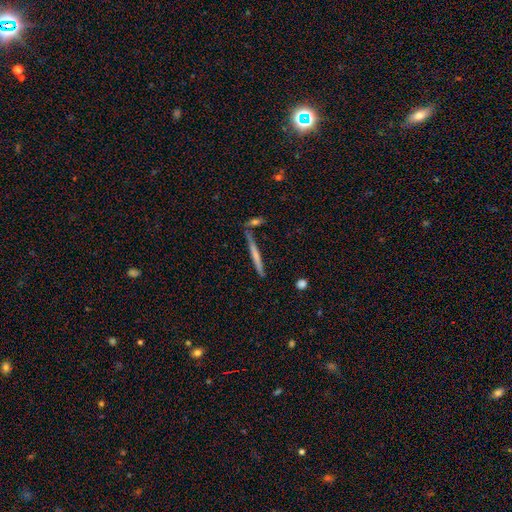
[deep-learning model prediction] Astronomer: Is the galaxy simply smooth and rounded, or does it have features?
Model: smooth — 54% (runner-up: featured or disk, 40%).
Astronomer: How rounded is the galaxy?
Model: cigar-shaped — 96%.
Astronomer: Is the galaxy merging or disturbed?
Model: none — 79%.